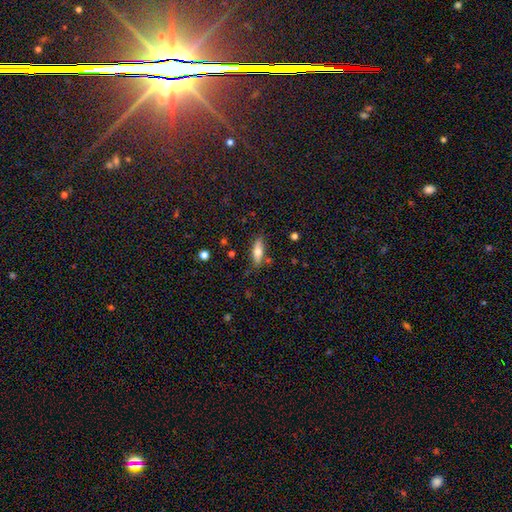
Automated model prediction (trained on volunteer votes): This is likely a smooth galaxy (63%). How rounded: possibly in between (58%). Merging: likely none (79%).